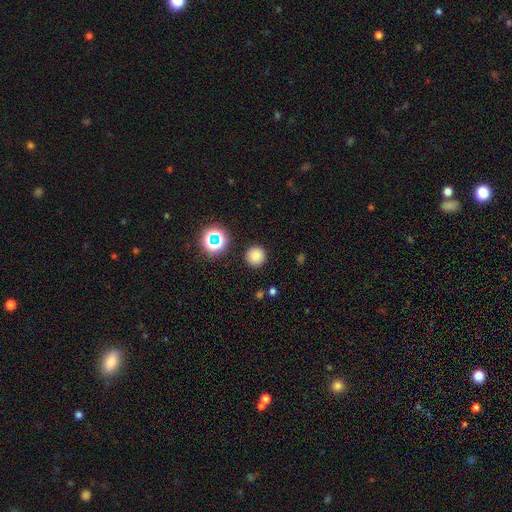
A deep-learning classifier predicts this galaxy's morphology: A smooth galaxy with no disk features (78%) that is round (96%).

Vote fractions:
- Smooth or featured? smooth: 78% / star or artifact: 16% / featured or disk: 6%
- How rounded? round: 96% / in between: 3% / cigar-shaped: 1%
- Merging? none: 90% / minor disturbance: 6% / major disturbance: 2% / merger: 2%